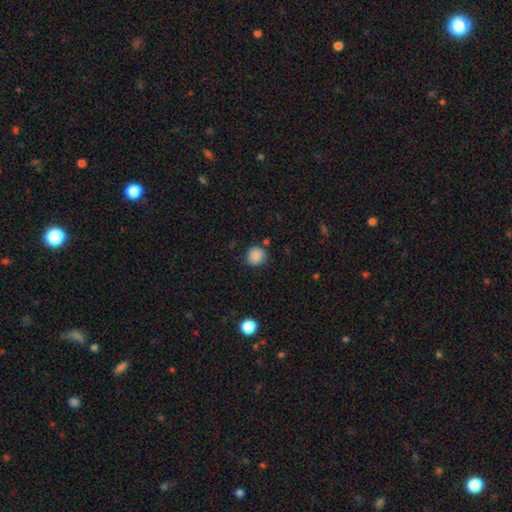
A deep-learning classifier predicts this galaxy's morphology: smooth_or_featured: smooth (p=0.87) [alt: star or artifact p=0.10]
how_rounded: round (p=0.89) [alt: in between p=0.10]
merging: none (p=0.80) [alt: minor disturbance p=0.13]